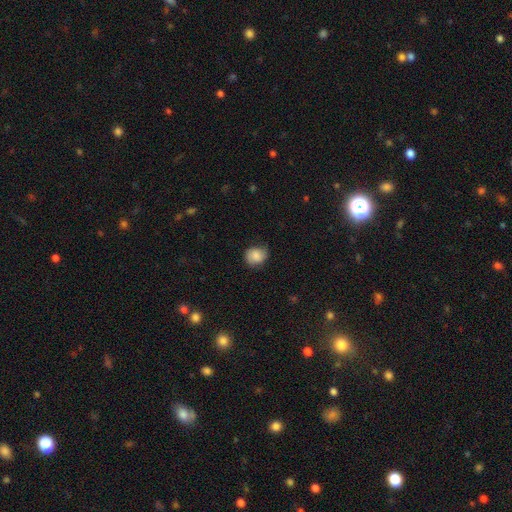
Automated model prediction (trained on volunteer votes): This appears to be a smooth galaxy with no disk features (78%) that is round (70%). Merging: none (70%).